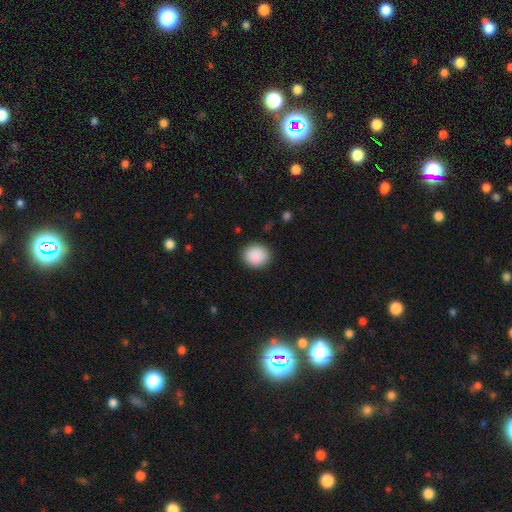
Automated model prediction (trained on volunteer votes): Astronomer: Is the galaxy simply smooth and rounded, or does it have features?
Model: smooth — 90%.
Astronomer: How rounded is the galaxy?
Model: round — 78%.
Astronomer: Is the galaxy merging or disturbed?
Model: none — 88%.